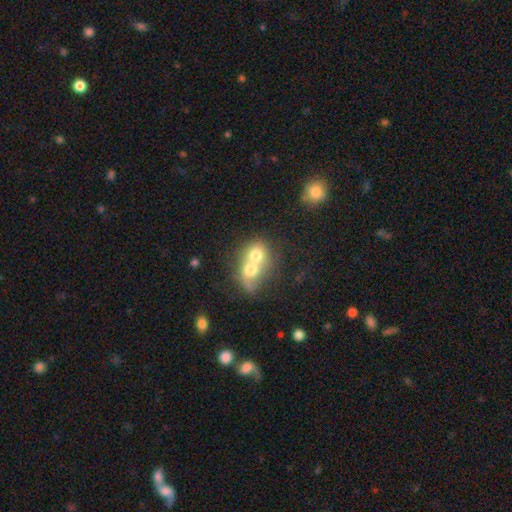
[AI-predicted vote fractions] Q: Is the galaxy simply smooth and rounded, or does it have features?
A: smooth — 65%.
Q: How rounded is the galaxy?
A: round — 63%.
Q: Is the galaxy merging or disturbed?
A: merger — 77%.